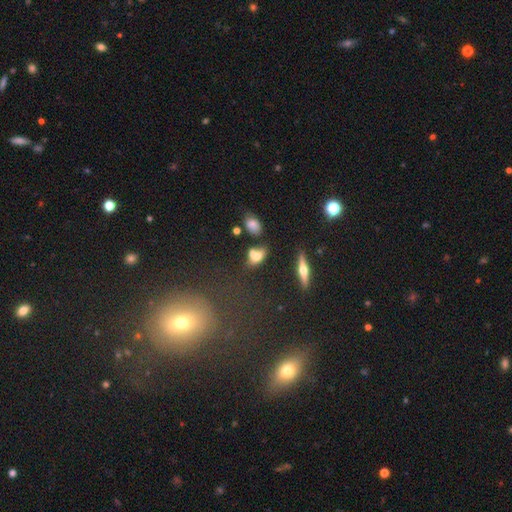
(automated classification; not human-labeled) Smooth or featured? smooth (63%)
How rounded? in between (75%)
Merging? none (46%)